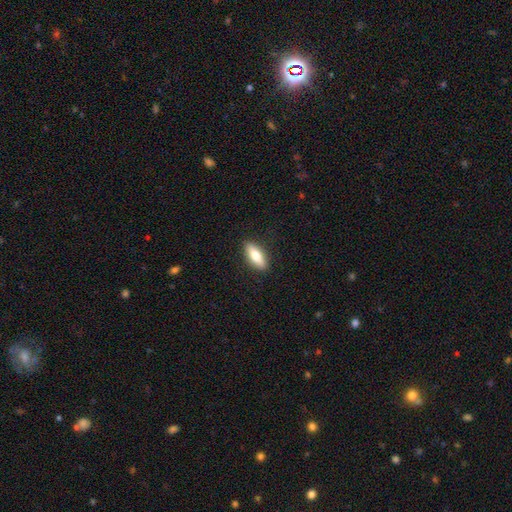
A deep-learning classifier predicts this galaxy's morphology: Smooth or featured?
  - smooth: 73% *
  - featured or disk: 21%
  - star or artifact: 6%
How rounded?
  - in between: 66% *
  - cigar-shaped: 32%
  - round: 3%
Merging?
  - none: 89% *
  - minor disturbance: 8%
  - major disturbance: 2%
  - merger: 1%